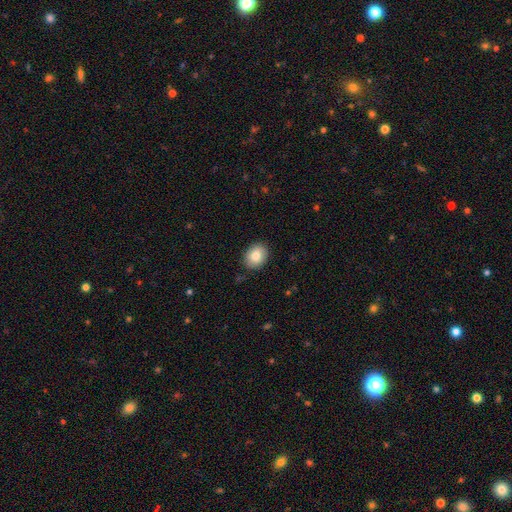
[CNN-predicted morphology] Overall: smooth (84%). How rounded: in between (58%; round 41%). Merging: none (87%).